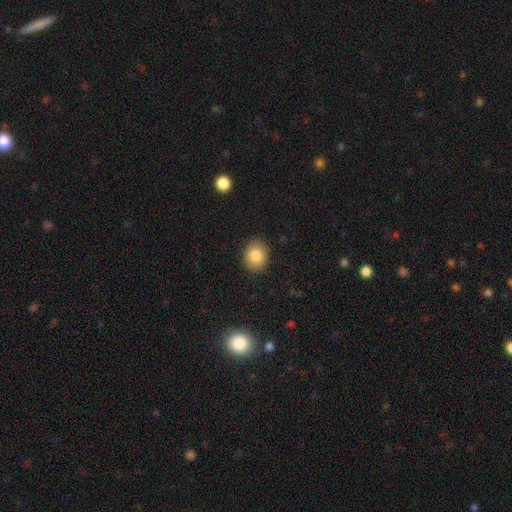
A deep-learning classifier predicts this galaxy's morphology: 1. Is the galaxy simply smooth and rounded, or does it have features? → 83% smooth, 9% star or artifact, 8% featured or disk.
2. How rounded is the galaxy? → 57% round, 42% in between, 1% cigar-shaped.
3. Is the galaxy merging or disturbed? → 89% none, 8% minor disturbance, 2% major disturbance, 1% merger.